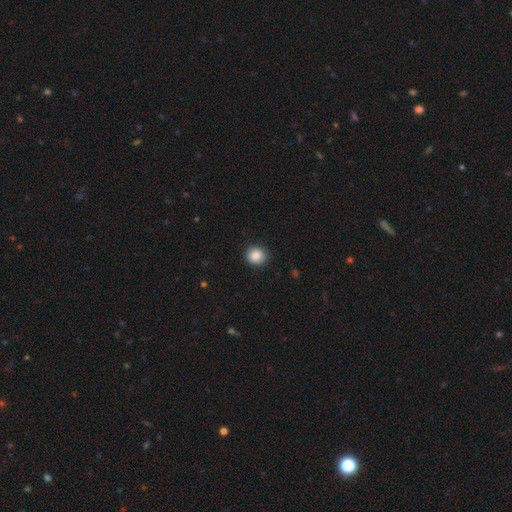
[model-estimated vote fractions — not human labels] Q: Smooth or featured?
A: smooth (88%); runner-up: star or artifact (9%)
Q: How rounded?
A: round (86%); runner-up: in between (13%)
Q: Merging?
A: none (90%); runner-up: minor disturbance (7%)